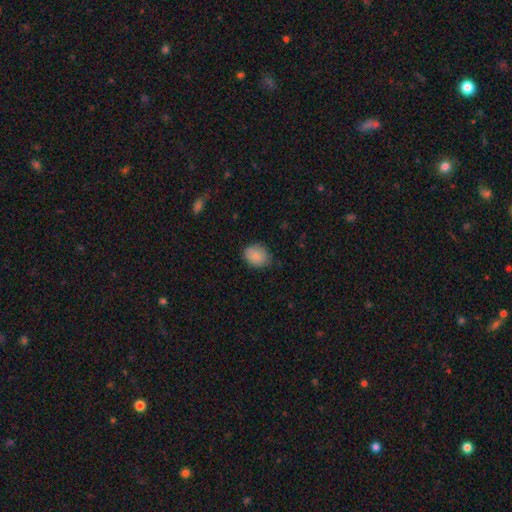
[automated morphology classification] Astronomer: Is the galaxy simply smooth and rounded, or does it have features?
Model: smooth — 87%.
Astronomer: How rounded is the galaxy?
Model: in between — 54% (runner-up: round, 45%).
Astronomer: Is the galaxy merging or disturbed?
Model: none — 75%.